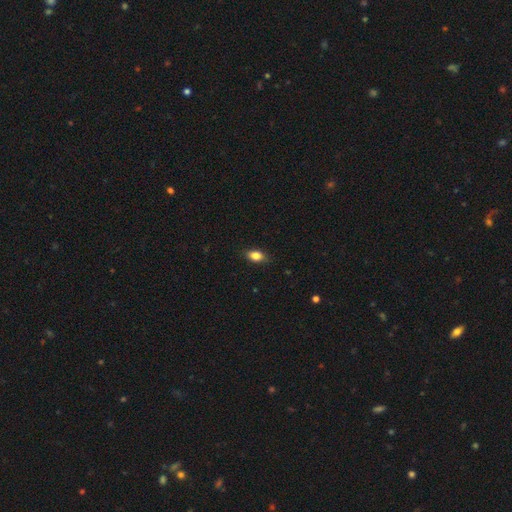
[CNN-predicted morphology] This appears to be a smooth galaxy with no disk features (83%) that is in between round and cigar-shaped (83%). Merging: none (83%).